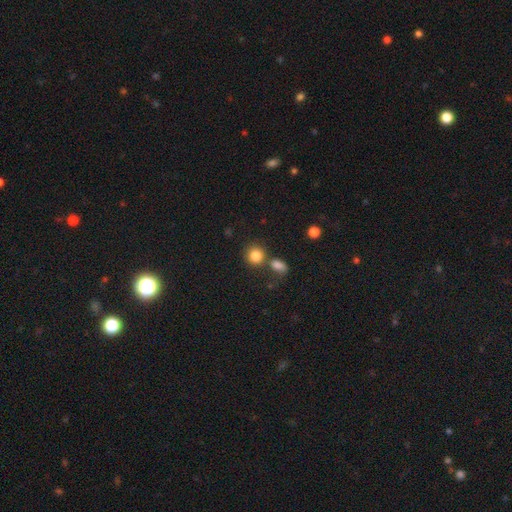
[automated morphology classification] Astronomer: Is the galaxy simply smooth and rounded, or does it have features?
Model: smooth — 84%.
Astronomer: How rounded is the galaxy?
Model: round — 86%.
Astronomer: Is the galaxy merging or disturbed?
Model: none — 64%.